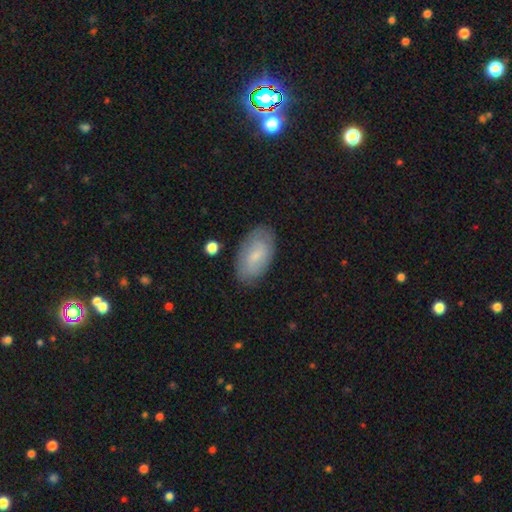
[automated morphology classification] Smooth or featured: smooth — 63% (featured or disk — 30%)
How rounded: in between — 94% (round — 3%)
Merging: none — 81% (minor disturbance — 14%)